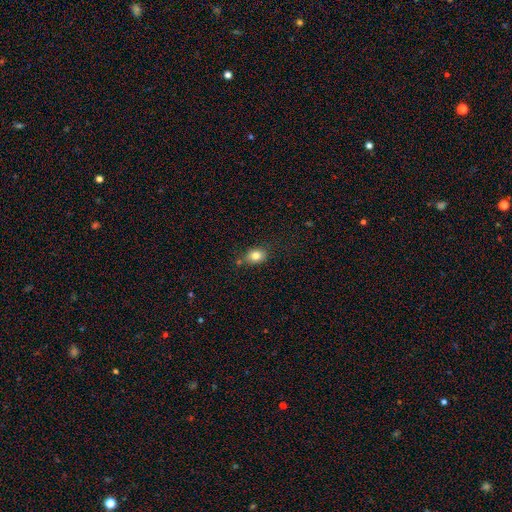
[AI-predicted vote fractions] Overall: smooth (81%). How rounded: in between (58%; round 41%). Merging: none (70%).